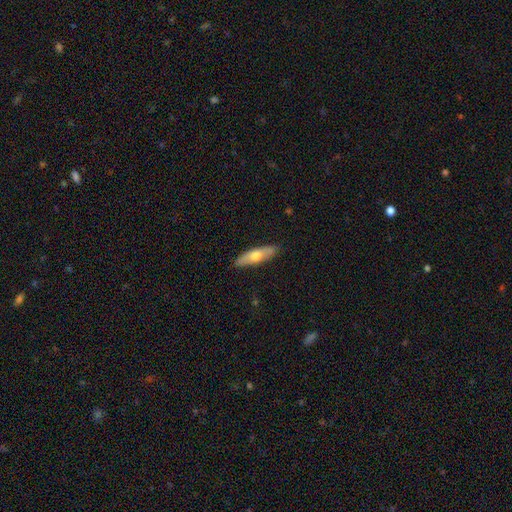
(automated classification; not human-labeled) smooth-or-featured: smooth: 58% | featured or disk: 37% | star or artifact: 5%
  how-rounded: cigar-shaped: 53% | in between: 45% | round: 2%
  merging: none: 87% | minor disturbance: 10% | major disturbance: 2% | merger: 1%